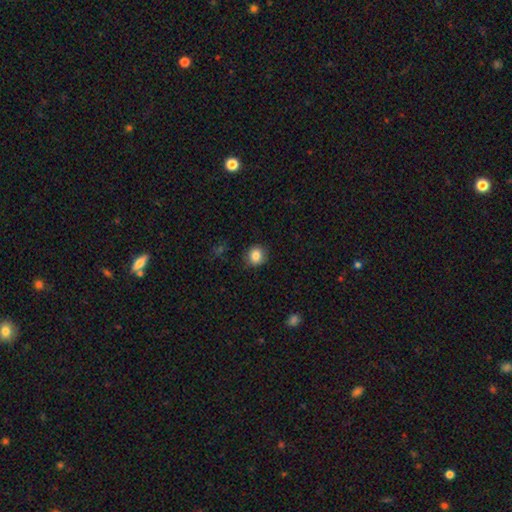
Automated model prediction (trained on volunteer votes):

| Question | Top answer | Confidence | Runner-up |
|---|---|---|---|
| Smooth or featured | smooth | 85% | star or artifact (10%) |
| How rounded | round | 82% | in between (17%) |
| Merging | none | 85% | minor disturbance (11%) |